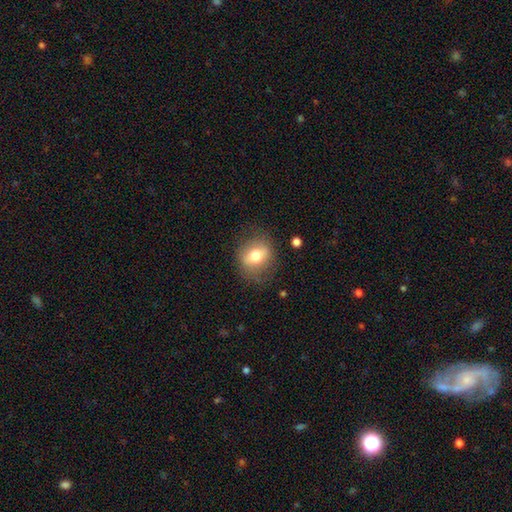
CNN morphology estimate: Q: Smooth or featured?
A: smooth (66%); runner-up: featured or disk (26%)
Q: How rounded?
A: round (55%); runner-up: in between (43%)
Q: Merging?
A: none (77%); runner-up: minor disturbance (15%)